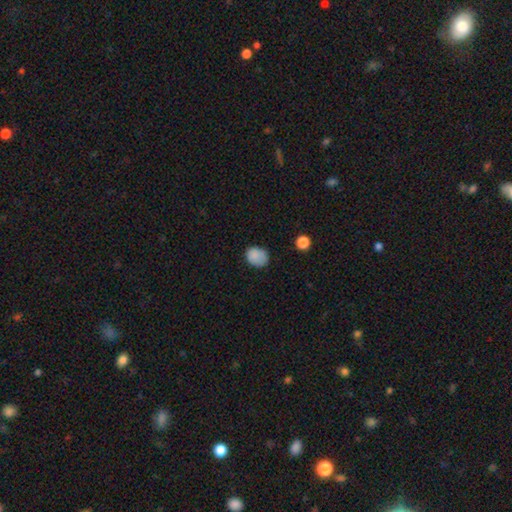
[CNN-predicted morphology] Smooth or featured? Predicted: smooth (p=0.85). How rounded? Predicted: round (p=0.52). Merging? Predicted: none (p=0.74).